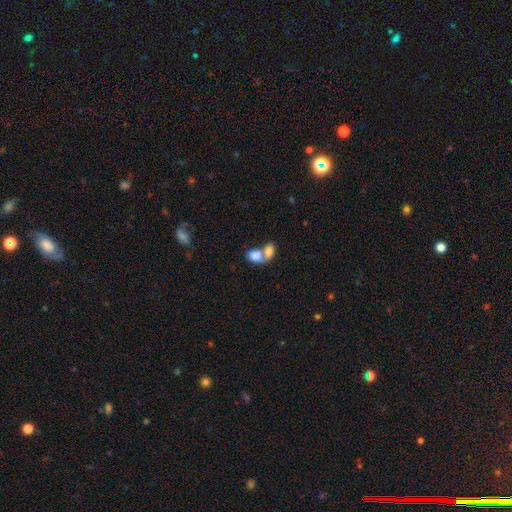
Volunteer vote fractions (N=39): Overall: smooth (79%). How rounded: in between (77%). Merging: merger (63%; none 31%).